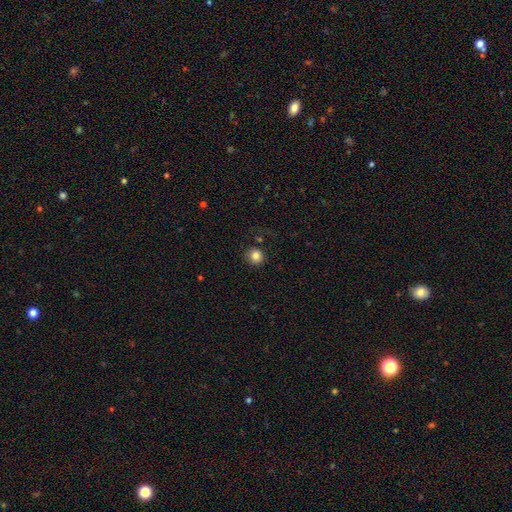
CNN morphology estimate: smooth 83%, star or artifact 11%, featured or disk 6%. Down the decision tree: how rounded — round (92%); merging — none (86%).